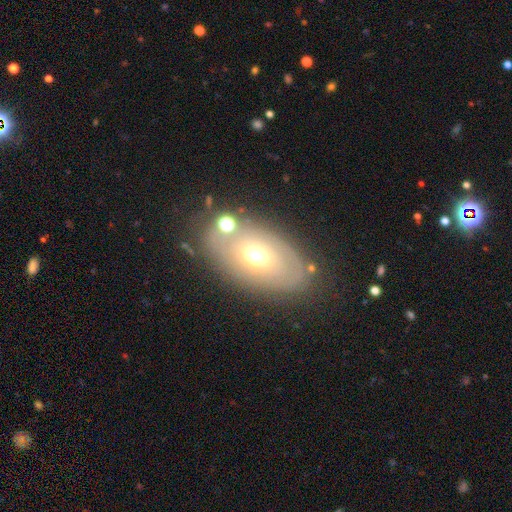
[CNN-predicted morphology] smooth_or_featured: featured or disk (p=0.50) [alt: smooth p=0.39]
disk_edge_on: no (p=0.89) [alt: yes p=0.11]
merging: none (p=0.72) [alt: minor disturbance p=0.16]